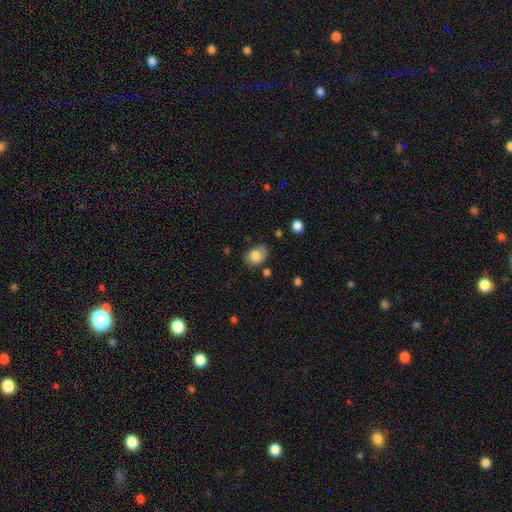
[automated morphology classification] This is likely a smooth galaxy (72%). How rounded: likely in between (73%). Merging: likely none (67%).